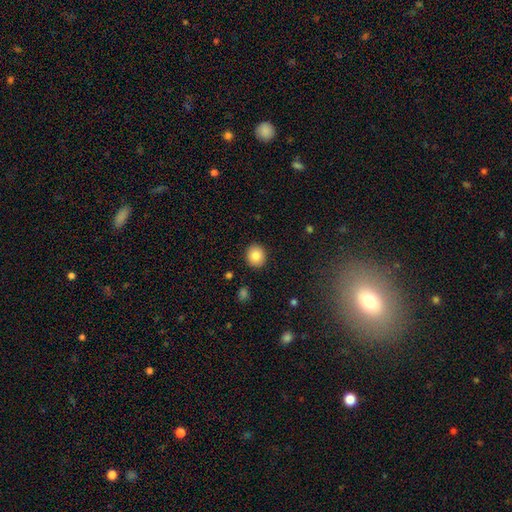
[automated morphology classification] smooth-or-featured: smooth: 85% | star or artifact: 8% | featured or disk: 6%
  how-rounded: round: 78% | in between: 21% | cigar-shaped: 1%
  merging: none: 91% | minor disturbance: 6% | major disturbance: 2% | merger: 1%